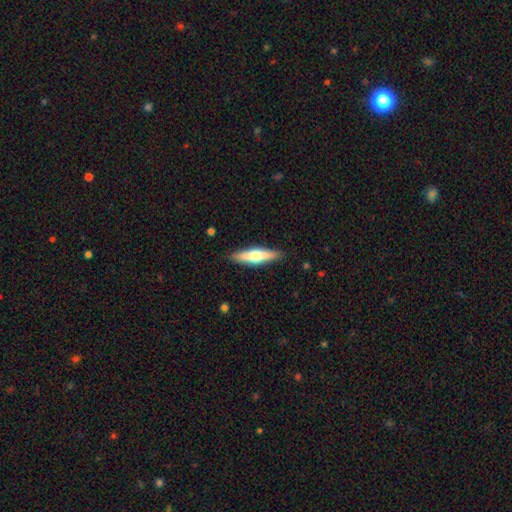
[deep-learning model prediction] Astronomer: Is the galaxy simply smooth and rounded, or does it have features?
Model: featured or disk — 48% (runner-up: smooth, 47%).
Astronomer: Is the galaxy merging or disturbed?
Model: none — 90%.